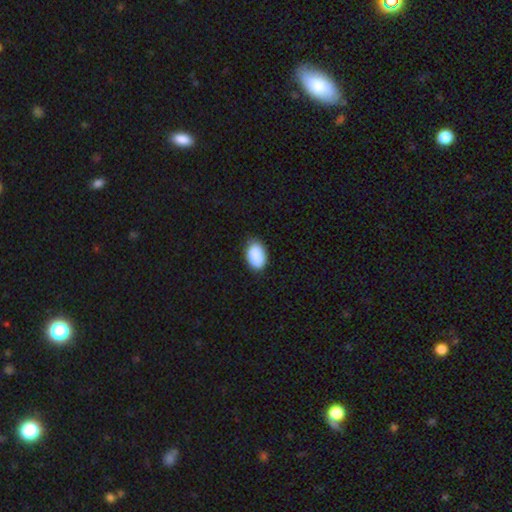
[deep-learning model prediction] Q: Smooth or featured?
A: smooth (89%); runner-up: star or artifact (7%)
Q: How rounded?
A: in between (91%); runner-up: round (8%)
Q: Merging?
A: none (81%); runner-up: minor disturbance (16%)